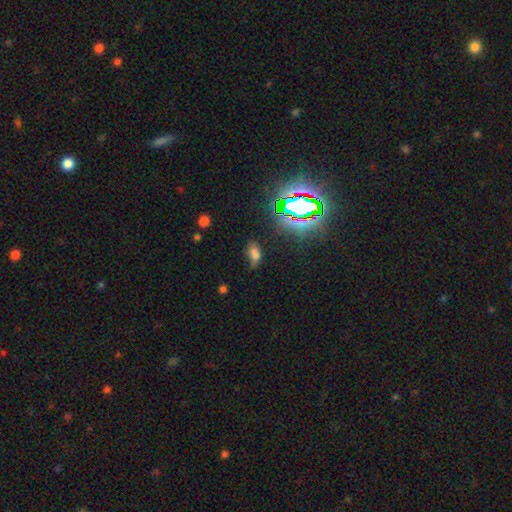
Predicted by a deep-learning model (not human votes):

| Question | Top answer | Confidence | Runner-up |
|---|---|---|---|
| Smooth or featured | smooth | 57% | star or artifact (28%) |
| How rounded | in between | 84% | round (10%) |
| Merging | none | 42% | minor disturbance (28%) |